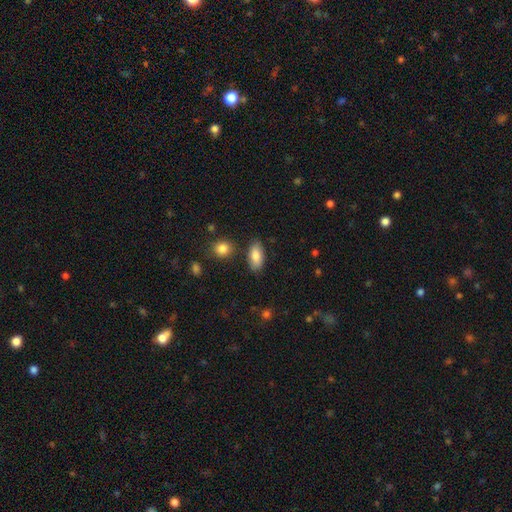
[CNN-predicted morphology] Smooth or featured? smooth (84%)
How rounded? in between (90%)
Merging? none (81%)